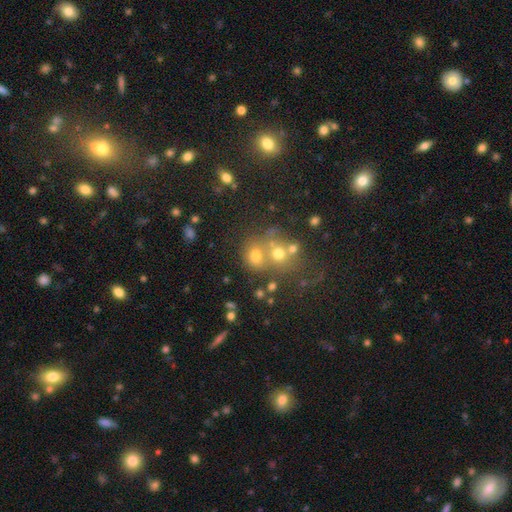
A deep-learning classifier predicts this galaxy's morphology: Q: Smooth or featured?
A: smooth (64%); runner-up: star or artifact (20%)
Q: How rounded?
A: round (73%); runner-up: in between (26%)
Q: Merging?
A: none (43%); runner-up: merger (42%)